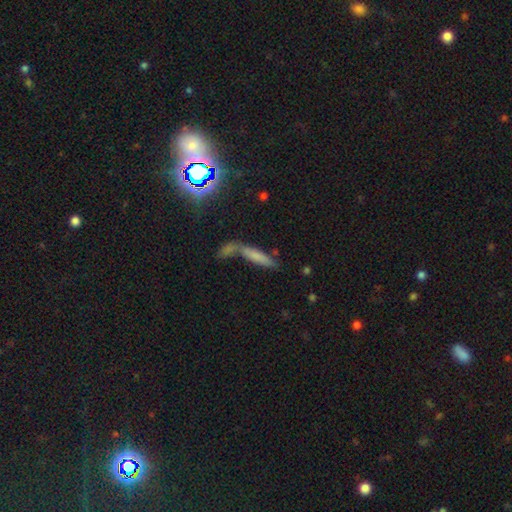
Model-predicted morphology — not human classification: Smooth or featured? smooth (65%)
How rounded? cigar-shaped (77%)
Merging? merger (42%)